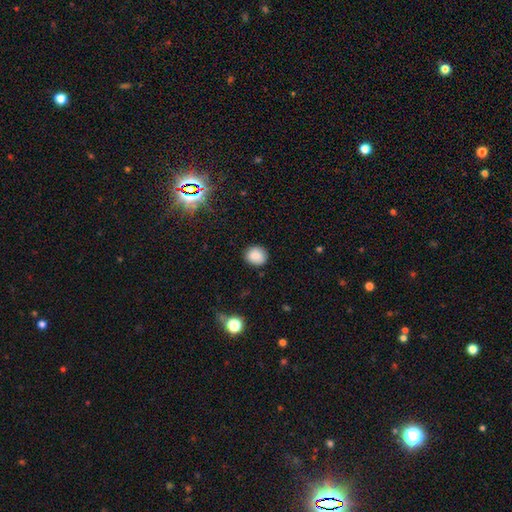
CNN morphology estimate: The model was most divided on "how rounded": round: 78%, in between: 21%, cigar-shaped: 1%. More confident: merging — none (86%); smooth or featured — smooth (85%).